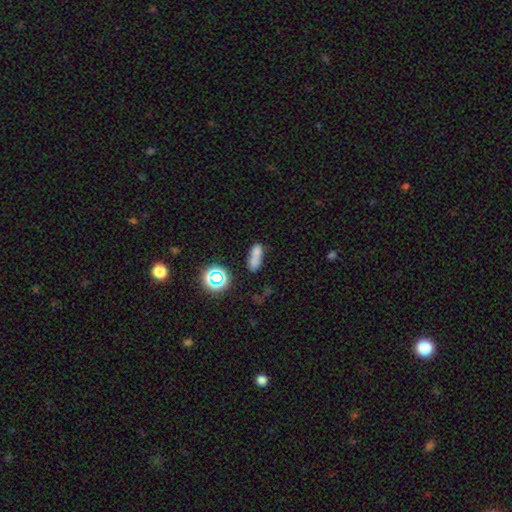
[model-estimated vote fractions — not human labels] Smooth or featured? Predicted: smooth (p=0.72). How rounded? Predicted: in between (p=0.59). Merging? Predicted: none (p=0.51).